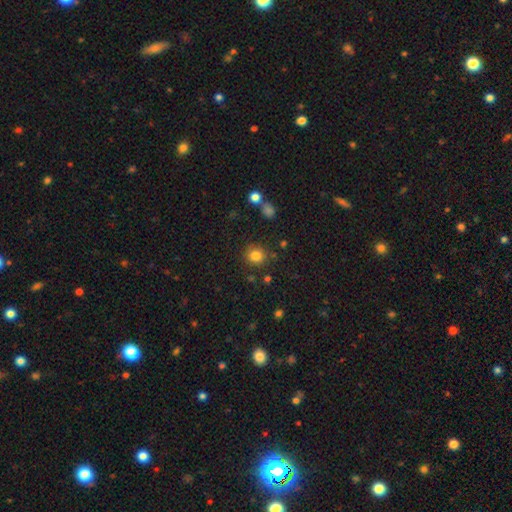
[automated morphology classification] smooth 82%, star or artifact 12%, featured or disk 6%. Down the decision tree: how rounded — round (85%); merging — none (84%).